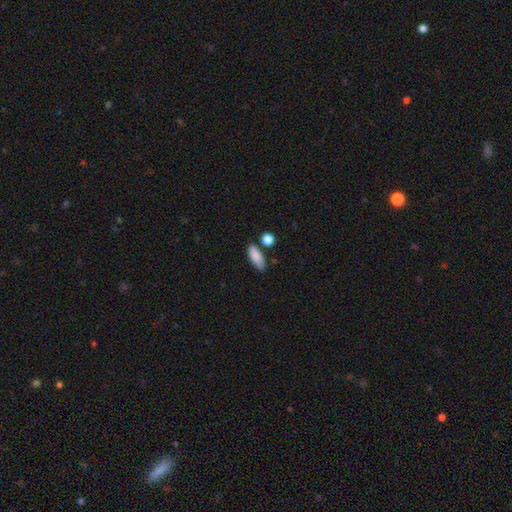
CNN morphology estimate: Smooth or featured?
  - smooth: 87% *
  - star or artifact: 7%
  - featured or disk: 7%
How rounded?
  - in between: 79% *
  - cigar-shaped: 18%
  - round: 4%
Merging?
  - none: 73% *
  - minor disturbance: 15%
  - merger: 8%
  - major disturbance: 4%